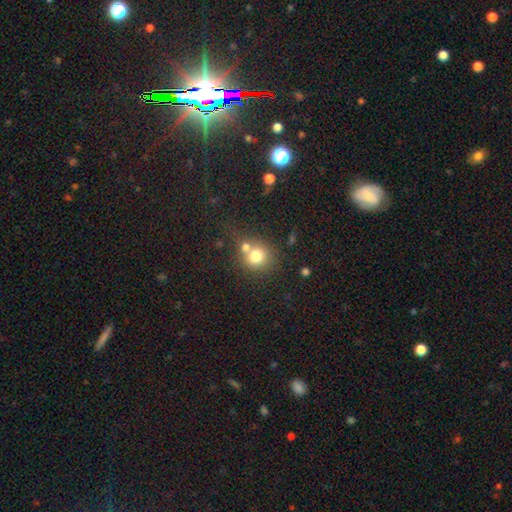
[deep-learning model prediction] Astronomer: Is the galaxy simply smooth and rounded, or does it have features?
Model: smooth — 75%.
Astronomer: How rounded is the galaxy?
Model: round — 85%.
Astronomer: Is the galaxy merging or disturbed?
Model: none — 45% (runner-up: merger, 41%).